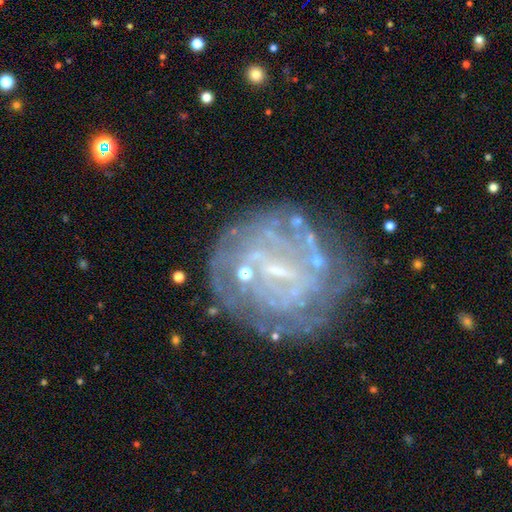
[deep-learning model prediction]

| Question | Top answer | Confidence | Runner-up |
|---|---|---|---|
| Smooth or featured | featured or disk | 76% | star or artifact (12%) |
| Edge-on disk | no | 96% | yes (4%) |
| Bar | weak | 41% | strong (33%) |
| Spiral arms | yes | 72% | no (28%) |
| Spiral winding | tight | 56% | medium (30%) |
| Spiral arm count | can't tell | 49% | 2 (14%) |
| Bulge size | small | 56% | none (24%) |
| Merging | none | 55% | minor disturbance (20%) |